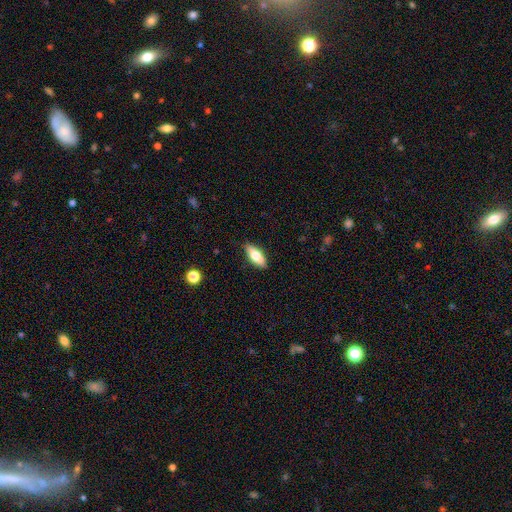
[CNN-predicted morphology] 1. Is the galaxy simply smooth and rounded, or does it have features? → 69% smooth, 24% featured or disk, 6% star or artifact.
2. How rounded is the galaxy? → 71% in between, 27% cigar-shaped, 3% round.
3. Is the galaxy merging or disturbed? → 86% none, 11% minor disturbance, 2% major disturbance, 1% merger.